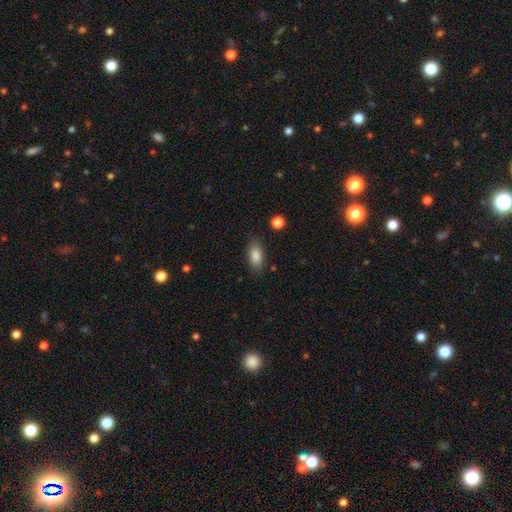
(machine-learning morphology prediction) A smooth galaxy with no disk features (86%) that is in between round and cigar-shaped (87%).

Vote fractions:
- Smooth or featured? smooth: 86% / star or artifact: 8% / featured or disk: 6%
- How rounded? in between: 87% / cigar-shaped: 9% / round: 4%
- Merging? none: 83% / minor disturbance: 12% / major disturbance: 3% / merger: 2%